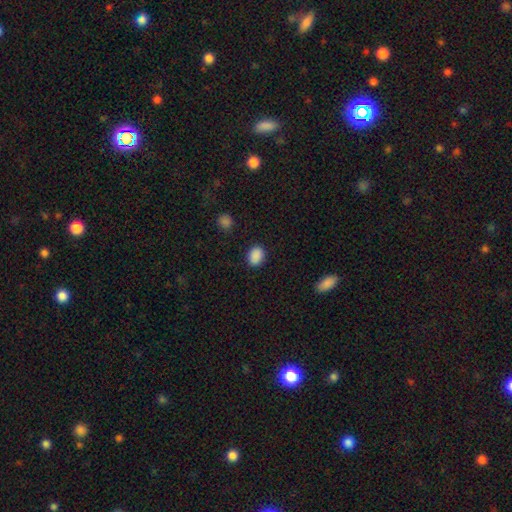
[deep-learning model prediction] This is clearly a smooth galaxy (89%). How rounded: possibly in between (58%). Merging: clearly none (88%).